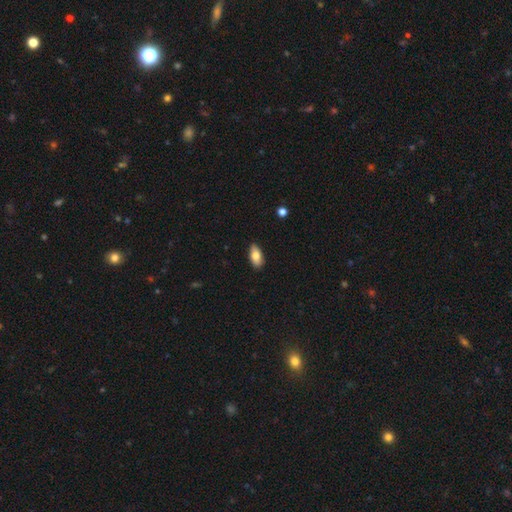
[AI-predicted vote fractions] Morphology: type=smooth (81%); roundness=in between (90%); merging=none (87%).